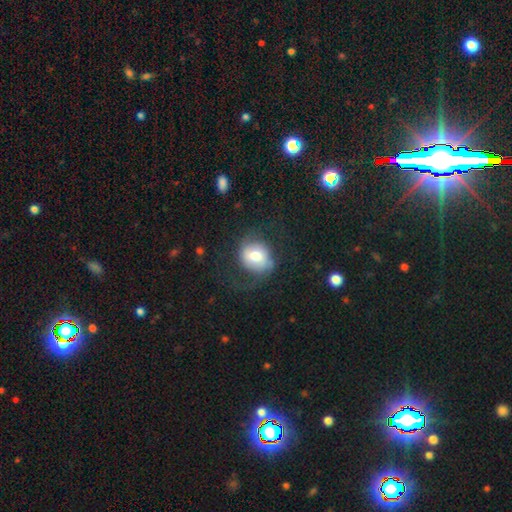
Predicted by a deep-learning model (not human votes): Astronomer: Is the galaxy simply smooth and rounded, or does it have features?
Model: smooth — 53% (runner-up: featured or disk, 39%).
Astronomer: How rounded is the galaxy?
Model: round — 71%.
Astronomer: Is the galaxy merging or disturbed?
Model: none — 56%.